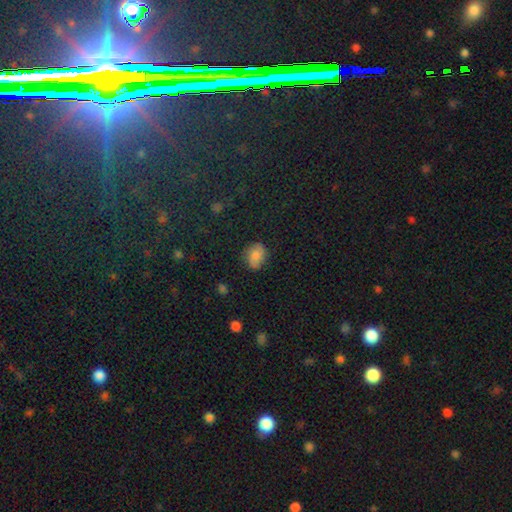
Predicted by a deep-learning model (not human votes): Overall: smooth (78%). How rounded: in between (65%; round 34%). Merging: none (75%).